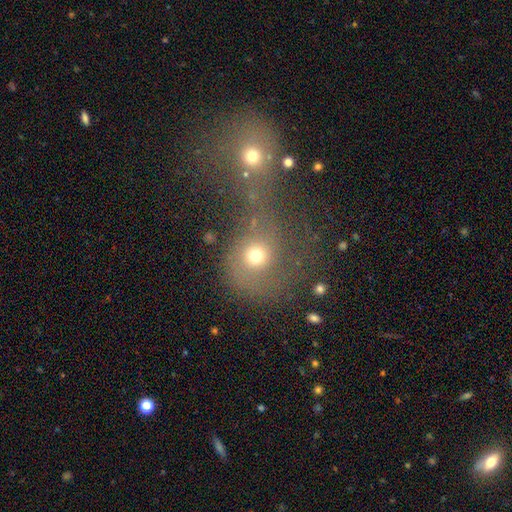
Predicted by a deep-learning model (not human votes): Smooth or featured?
  - smooth: 62% *
  - featured or disk: 20%
  - star or artifact: 18%
How rounded?
  - round: 77% *
  - in between: 21%
  - cigar-shaped: 2%
Merging?
  - none: 34% *
  - merger: 31%
  - major disturbance: 22%
  - minor disturbance: 13%